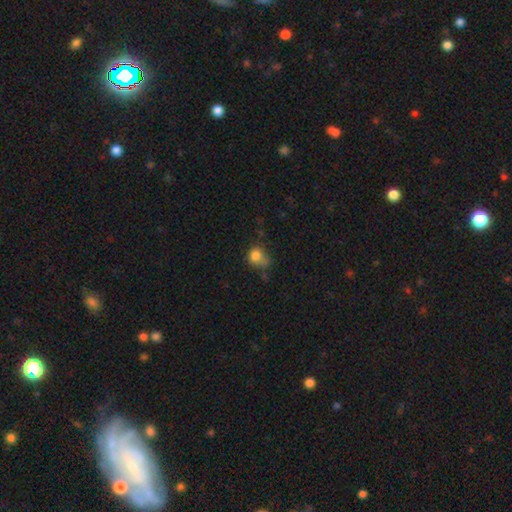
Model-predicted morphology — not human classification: A smooth galaxy with no disk features (80%) that is round (66%).

Vote fractions:
- Smooth or featured? smooth: 80% / star or artifact: 11% / featured or disk: 9%
- How rounded? round: 66% / in between: 33% / cigar-shaped: 1%
- Merging? none: 39% / minor disturbance: 33% / major disturbance: 18% / merger: 10%